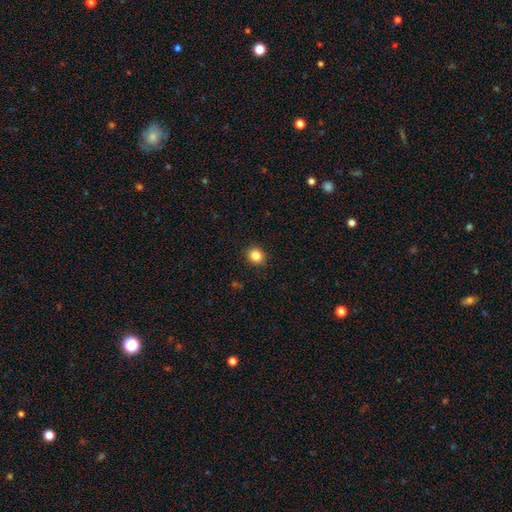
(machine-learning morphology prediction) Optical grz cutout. It shows a smooth galaxy with no disk features (85%) that is round (80%). Merging: none (89%).